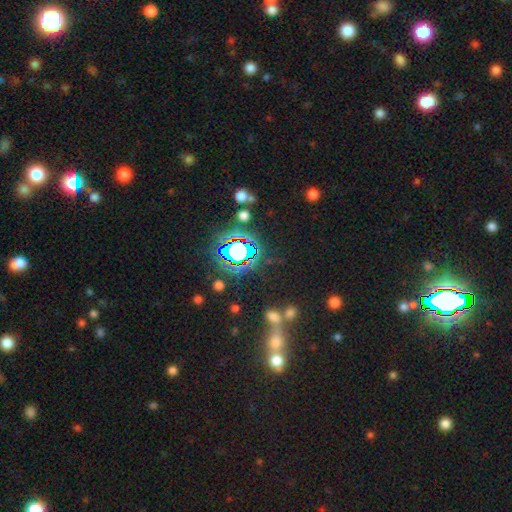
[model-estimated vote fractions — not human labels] star or artifact 69%, smooth 19%, featured or disk 11%.